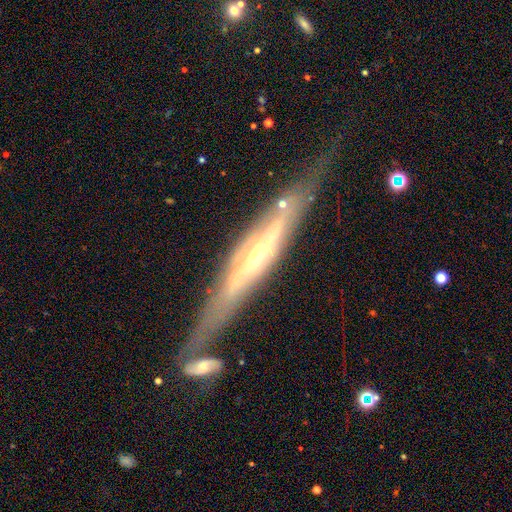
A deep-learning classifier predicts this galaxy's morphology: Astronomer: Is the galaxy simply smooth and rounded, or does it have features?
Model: featured or disk — 80%.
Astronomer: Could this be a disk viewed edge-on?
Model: yes — 81%.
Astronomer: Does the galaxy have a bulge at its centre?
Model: rounded — 70%.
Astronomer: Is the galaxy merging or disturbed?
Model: none — 63%.